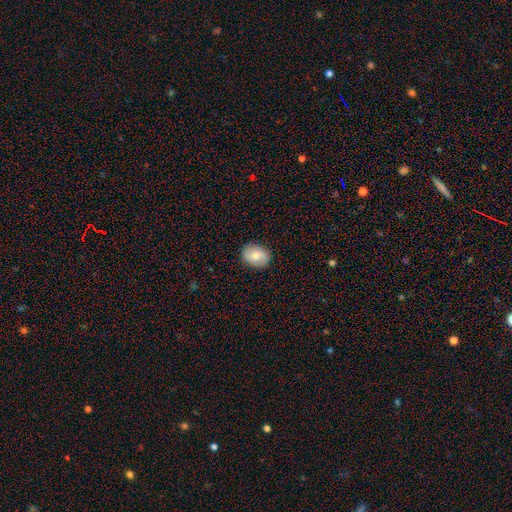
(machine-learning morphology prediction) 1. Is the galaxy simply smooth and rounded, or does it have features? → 70% smooth, 23% featured or disk, 7% star or artifact.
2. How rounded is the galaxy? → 67% in between, 32% round, 1% cigar-shaped.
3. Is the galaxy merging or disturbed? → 87% none, 10% minor disturbance, 2% major disturbance, 1% merger.